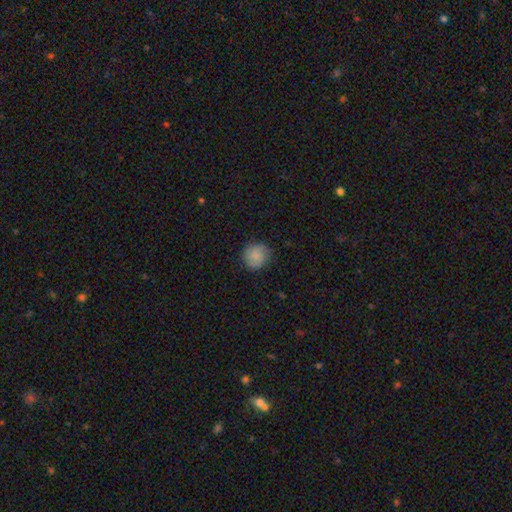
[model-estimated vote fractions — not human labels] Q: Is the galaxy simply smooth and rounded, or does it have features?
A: smooth — 79%.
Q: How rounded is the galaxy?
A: round — 89%.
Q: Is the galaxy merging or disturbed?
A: none — 80%.